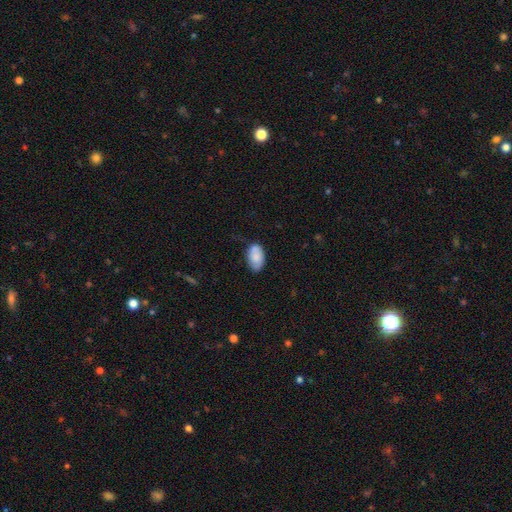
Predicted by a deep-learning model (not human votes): smooth-or-featured: smooth: 77% | featured or disk: 16% | star or artifact: 7%
  how-rounded: in between: 92% | round: 6% | cigar-shaped: 2%
  merging: none: 61% | minor disturbance: 25% | merger: 9% | major disturbance: 5%